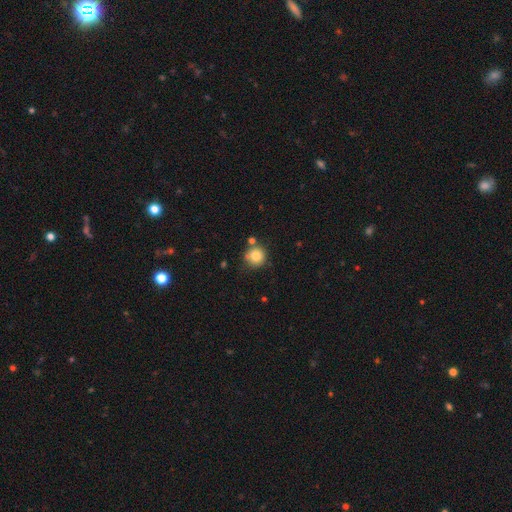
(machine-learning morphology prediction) A smooth galaxy with no disk features (82%) that is round (93%).

Vote fractions:
- Smooth or featured? smooth: 82% / star or artifact: 10% / featured or disk: 8%
- How rounded? round: 93% / in between: 6% / cigar-shaped: 1%
- Merging? none: 75% / minor disturbance: 13% / merger: 9% / major disturbance: 3%